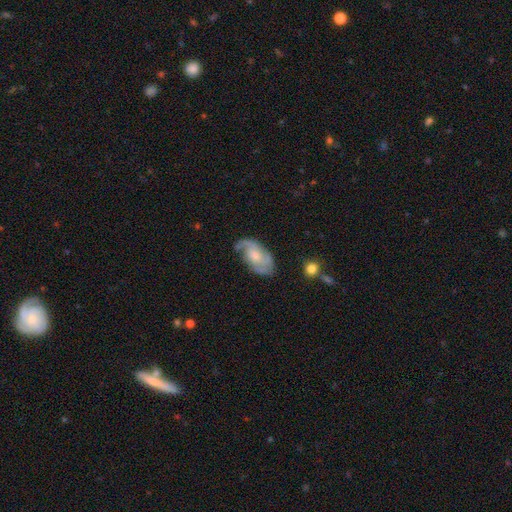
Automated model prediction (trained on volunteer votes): Morphology: type=featured or disk (74%); edge-on=no (96%); bar=no (62%); spiral arms=yes (91%); winding=medium (45%); arm count=2 (57%); bulge=moderate (50%); merging=none (62%).